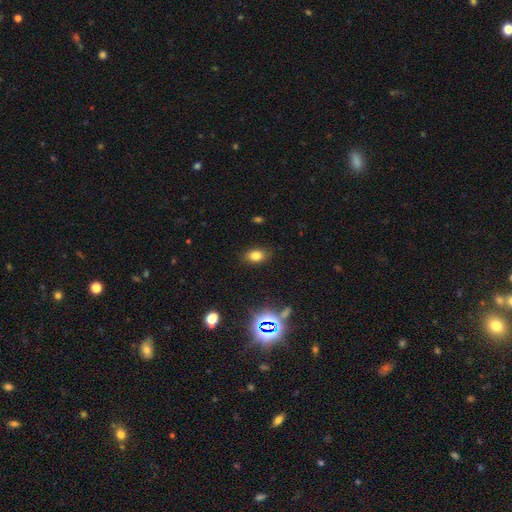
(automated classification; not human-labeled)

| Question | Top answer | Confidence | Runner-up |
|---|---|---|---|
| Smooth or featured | smooth | 75% | star or artifact (16%) |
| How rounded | in between | 83% | round (15%) |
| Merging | none | 85% | minor disturbance (11%) |